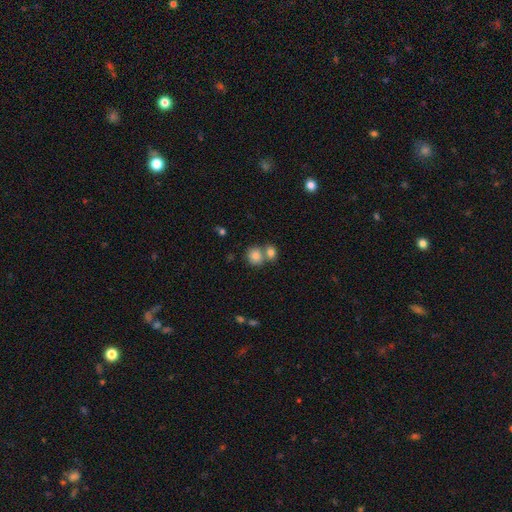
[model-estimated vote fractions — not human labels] Smooth or featured: smooth — 83% (star or artifact — 10%)
How rounded: round — 78% (in between — 21%)
Merging: none — 47% (merger — 42%)